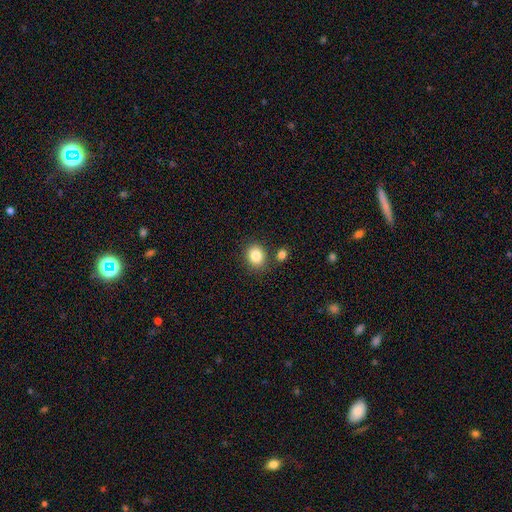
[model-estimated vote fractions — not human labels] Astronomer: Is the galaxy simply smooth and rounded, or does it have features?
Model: smooth — 85%.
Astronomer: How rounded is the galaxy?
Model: round — 64%.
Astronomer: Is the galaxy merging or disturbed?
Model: none — 79%.